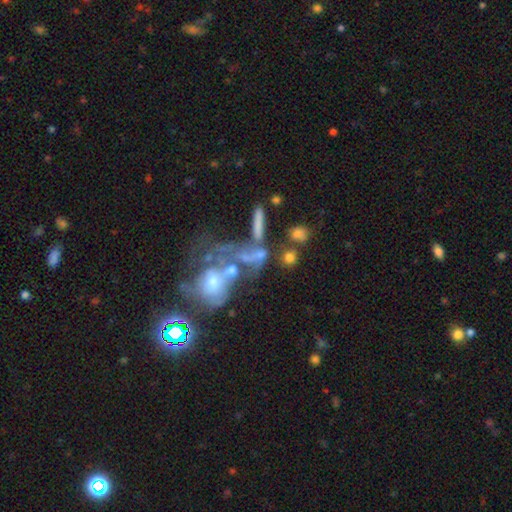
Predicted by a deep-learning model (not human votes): A smooth galaxy with no disk features (43%). Merging: merger (54%).